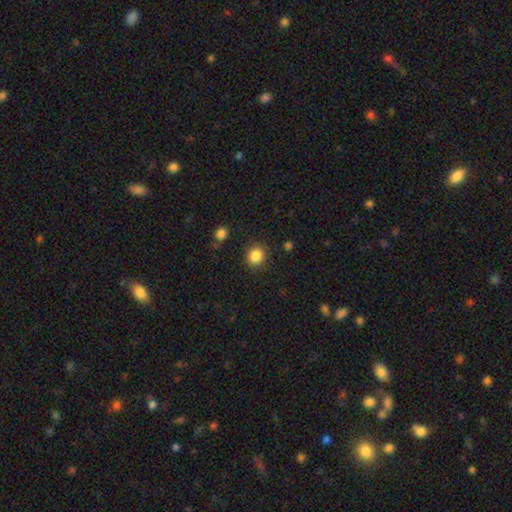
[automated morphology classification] Smooth or featured? Predicted: smooth (p=0.86). How rounded? Predicted: round (p=0.89). Merging? Predicted: none (p=0.88).